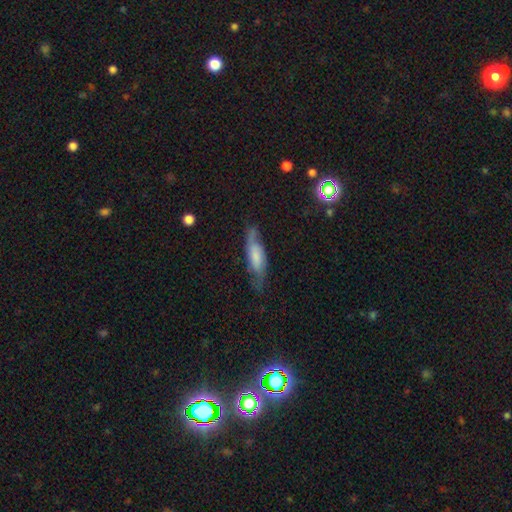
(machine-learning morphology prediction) smooth_or_featured: smooth (p=0.51) [alt: featured or disk p=0.42]
how_rounded: cigar-shaped (p=0.50) [alt: in between p=0.47]
merging: none (p=0.63) [alt: minor disturbance p=0.25]